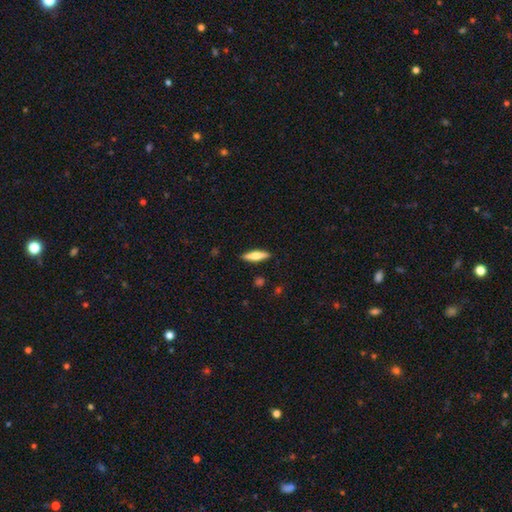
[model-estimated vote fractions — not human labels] Smooth or featured? smooth (62%)
How rounded? cigar-shaped (72%)
Merging? none (88%)